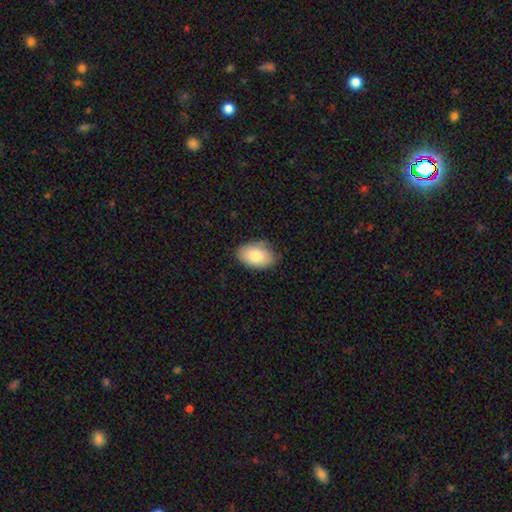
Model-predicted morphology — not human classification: Overall: smooth (83%). How rounded: in between (90%). Merging: none (80%).